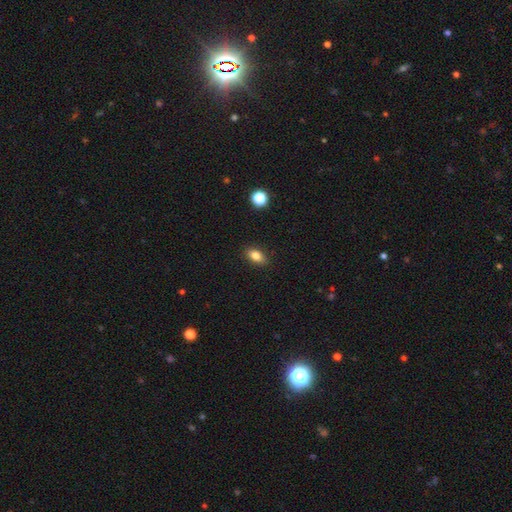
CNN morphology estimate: Q: Smooth or featured?
A: smooth (80%); runner-up: featured or disk (11%)
Q: How rounded?
A: in between (83%); runner-up: round (11%)
Q: Merging?
A: none (88%); runner-up: minor disturbance (9%)